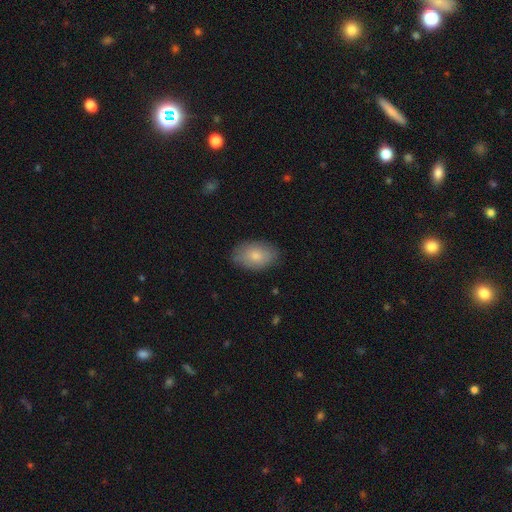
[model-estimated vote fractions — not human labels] A smooth galaxy with no disk features (77%) that is in between round and cigar-shaped (90%).

Vote fractions:
- Smooth or featured? smooth: 77% / featured or disk: 16% / star or artifact: 6%
- How rounded? in between: 90% / round: 9% / cigar-shaped: 1%
- Merging? none: 80% / minor disturbance: 16% / major disturbance: 3% / merger: 1%